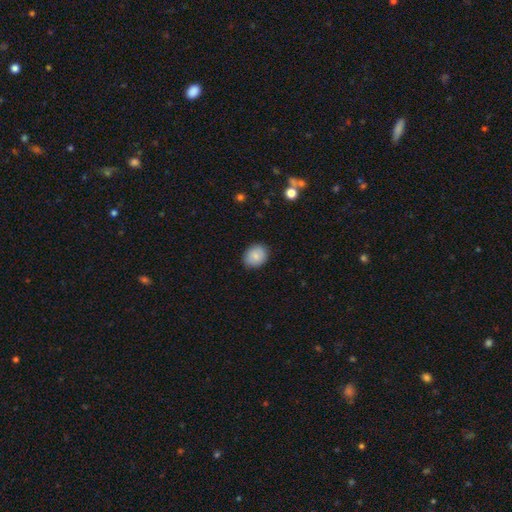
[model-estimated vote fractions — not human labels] Smooth or featured? Predicted: smooth (p=0.85). How rounded? Predicted: round (p=0.54). Merging? Predicted: none (p=0.87).